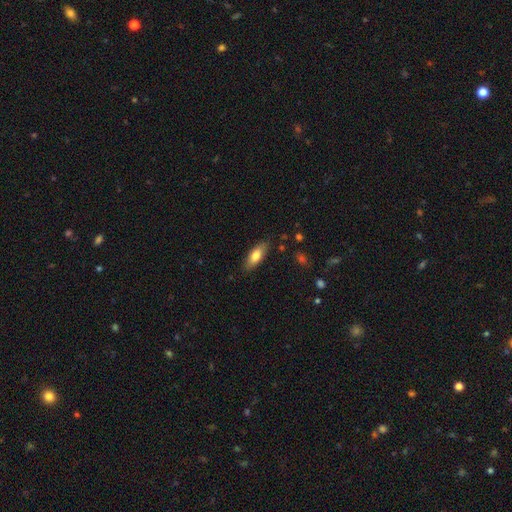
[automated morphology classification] Overall: smooth (76%). How rounded: in between (70%). Merging: none (84%).